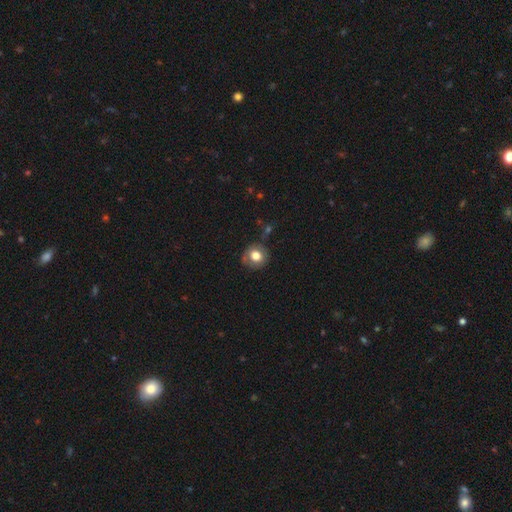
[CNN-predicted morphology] Overall: smooth (73%). How rounded: round (81%). Merging: none (75%).